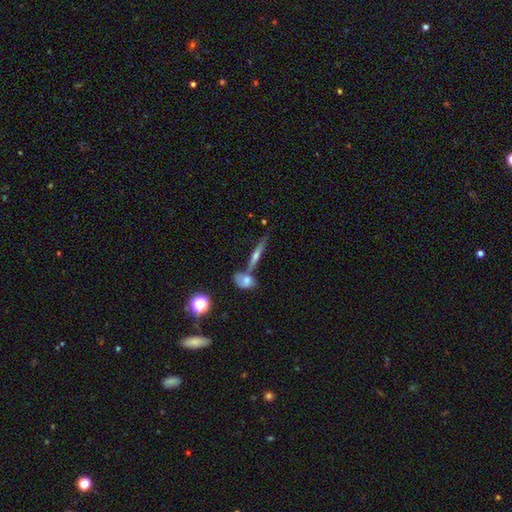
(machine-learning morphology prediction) Smooth or featured: featured or disk — 58% (smooth — 33%)
Edge-on disk: yes — 92% (no — 8%)
Edge-on bulge: rounded — 82% (none — 11%)
Merging: none — 62% (merger — 24%)